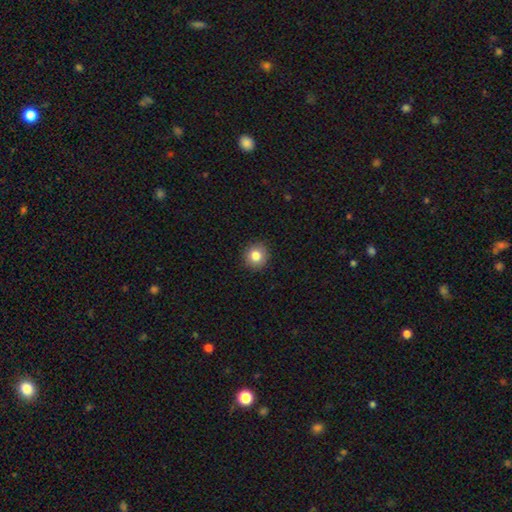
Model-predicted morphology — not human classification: Smooth or featured? Predicted: smooth (p=0.83). How rounded? Predicted: round (p=0.91). Merging? Predicted: none (p=0.92).